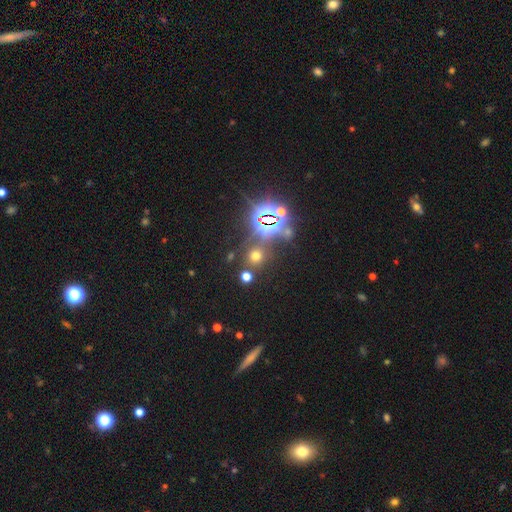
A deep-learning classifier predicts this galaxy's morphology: smooth-or-featured: smooth: 50% | star or artifact: 42% | featured or disk: 8%
  merging: none: 79% | merger: 9% | minor disturbance: 8% | major disturbance: 4%